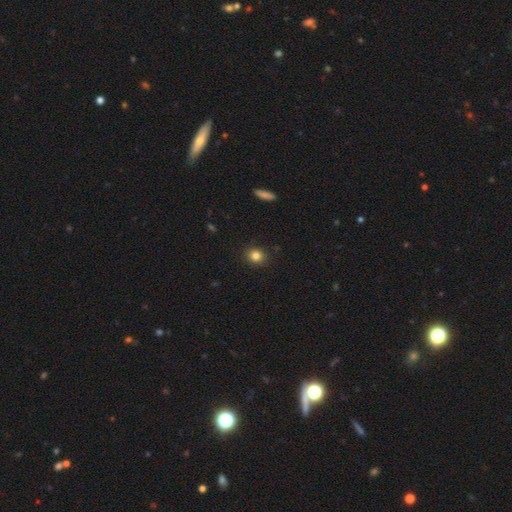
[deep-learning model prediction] Q: Smooth or featured?
A: smooth (83%); runner-up: star or artifact (11%)
Q: How rounded?
A: round (76%); runner-up: in between (23%)
Q: Merging?
A: none (90%); runner-up: minor disturbance (7%)